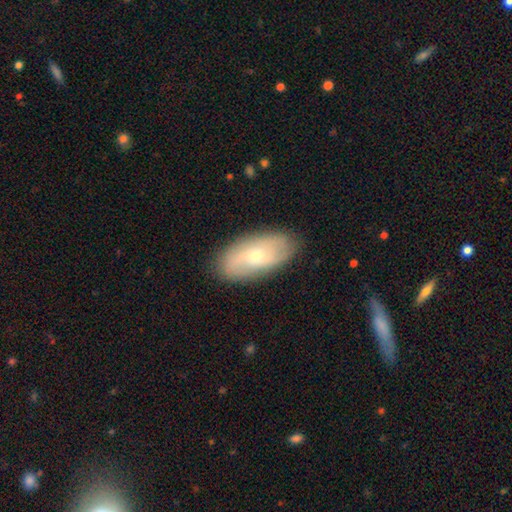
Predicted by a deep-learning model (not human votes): Smooth or featured? featured or disk (48%)
Merging? none (83%)